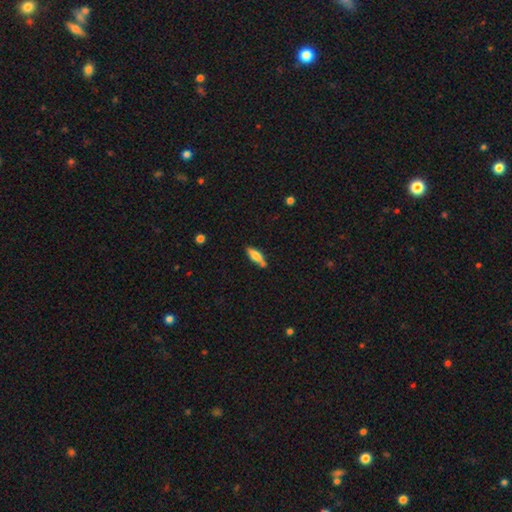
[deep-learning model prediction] Smooth or featured? smooth (71%)
How rounded? in between (58%)
Merging? none (66%)